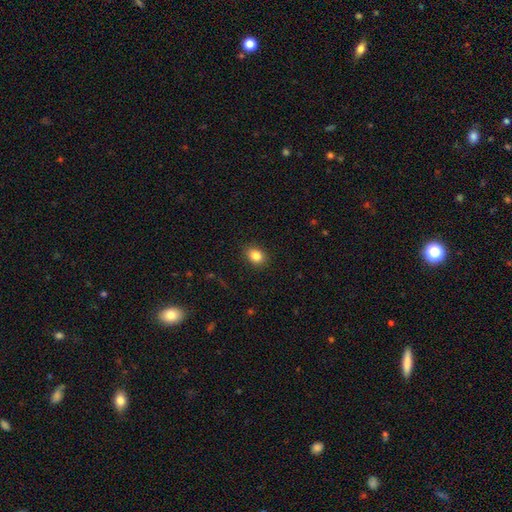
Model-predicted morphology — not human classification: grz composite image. It shows a smooth galaxy with no disk features (84%) that is in between round and cigar-shaped (60%). Merging: none (89%).